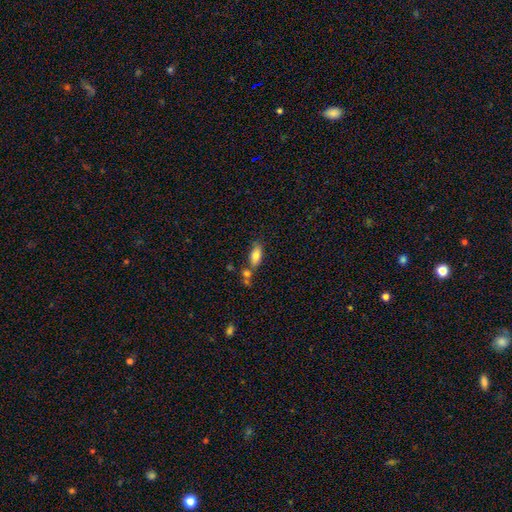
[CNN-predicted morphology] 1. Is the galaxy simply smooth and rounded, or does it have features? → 77% smooth, 14% featured or disk, 8% star or artifact.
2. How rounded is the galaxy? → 85% in between, 11% cigar-shaped, 4% round.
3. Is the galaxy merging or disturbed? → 46% none, 30% merger, 17% minor disturbance, 7% major disturbance.